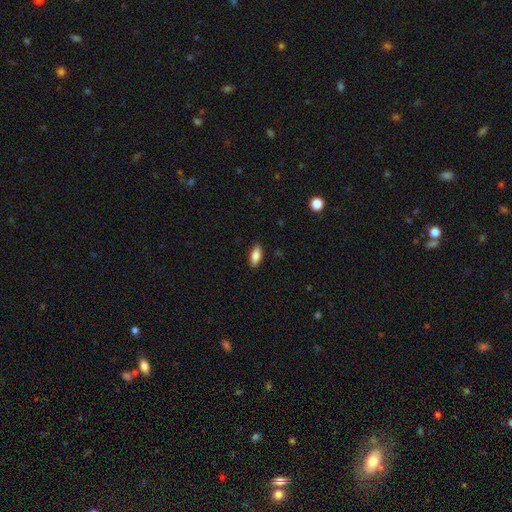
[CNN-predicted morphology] smooth_or_featured: smooth (p=0.84) [alt: featured or disk p=0.09]
how_rounded: in between (p=0.84) [alt: cigar-shaped p=0.13]
merging: none (p=0.87) [alt: minor disturbance p=0.10]